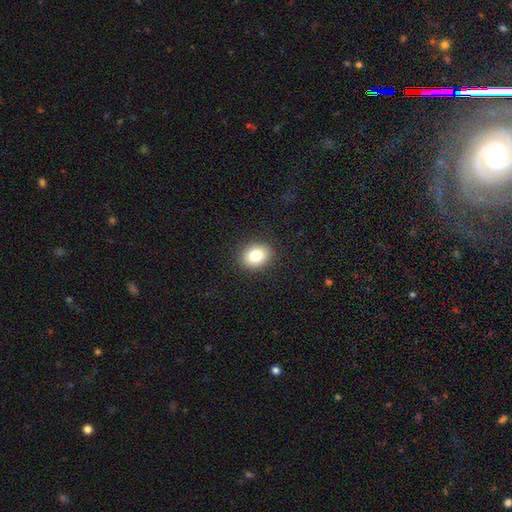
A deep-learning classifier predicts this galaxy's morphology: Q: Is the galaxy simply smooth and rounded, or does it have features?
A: smooth — 84%.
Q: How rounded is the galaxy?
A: in between — 51%.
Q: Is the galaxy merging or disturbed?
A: none — 89%.